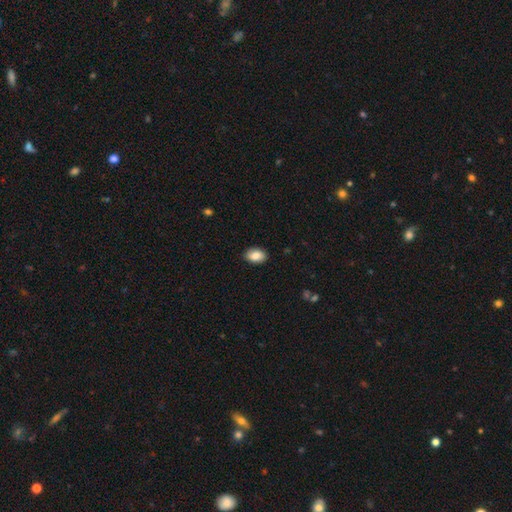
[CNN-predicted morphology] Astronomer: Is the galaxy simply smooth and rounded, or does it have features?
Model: smooth — 86%.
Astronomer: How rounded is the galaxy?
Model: in between — 86%.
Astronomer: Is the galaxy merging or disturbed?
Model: none — 88%.